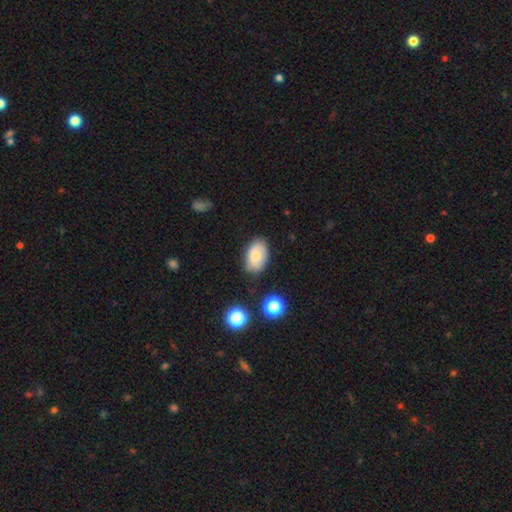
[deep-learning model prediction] A smooth galaxy with no disk features (76%) that is in between round and cigar-shaped (89%).

Vote fractions:
- Smooth or featured? smooth: 76% / featured or disk: 15% / star or artifact: 9%
- How rounded? in between: 89% / round: 10% / cigar-shaped: 1%
- Merging? none: 78% / minor disturbance: 16% / major disturbance: 4% / merger: 2%